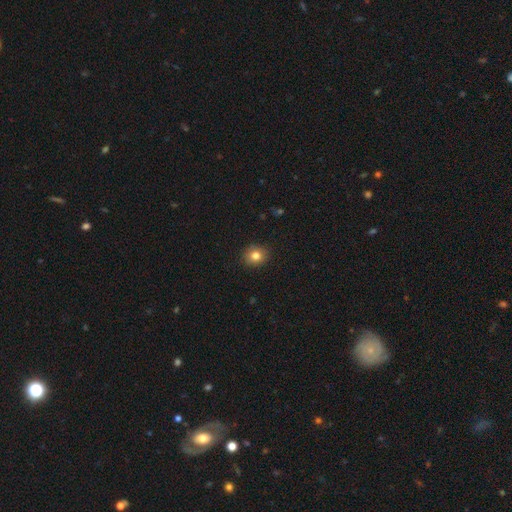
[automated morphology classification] Q: Smooth or featured?
A: smooth (82%); runner-up: star or artifact (11%)
Q: How rounded?
A: round (72%); runner-up: in between (27%)
Q: Merging?
A: none (90%); runner-up: minor disturbance (8%)